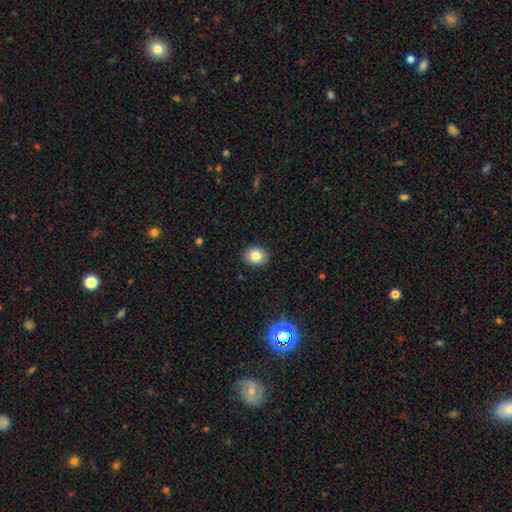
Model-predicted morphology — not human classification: type=smooth (82%); roundness=round (70%); merging=none (91%).